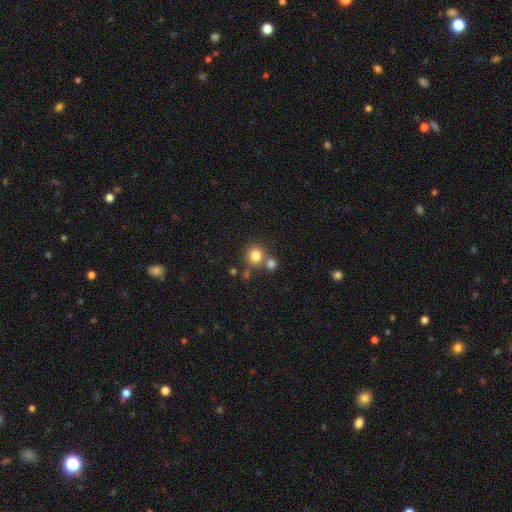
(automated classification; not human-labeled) A smooth galaxy with no disk features (81%) that is round (87%).

Vote fractions:
- Smooth or featured? smooth: 81% / star or artifact: 12% / featured or disk: 7%
- How rounded? round: 87% / in between: 12% / cigar-shaped: 1%
- Merging? none: 62% / merger: 26% / minor disturbance: 9% / major disturbance: 4%